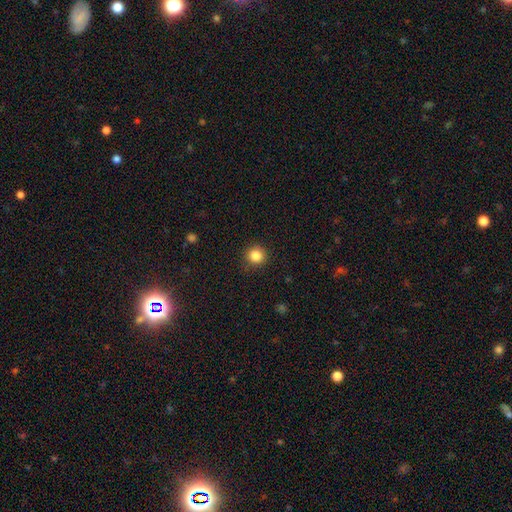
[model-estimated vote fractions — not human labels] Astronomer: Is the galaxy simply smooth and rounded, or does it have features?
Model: smooth — 84%.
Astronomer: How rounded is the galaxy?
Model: round — 93%.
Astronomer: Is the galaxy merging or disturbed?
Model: none — 90%.